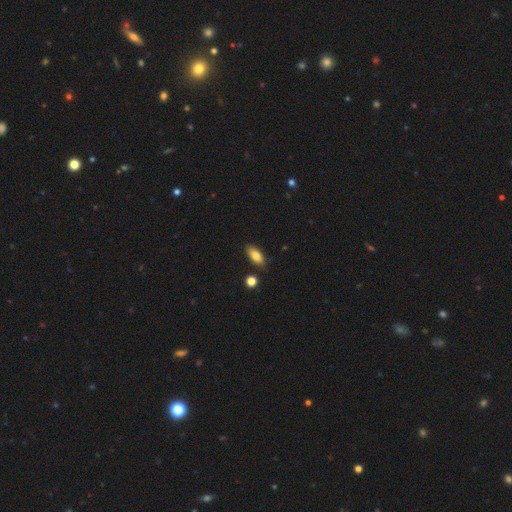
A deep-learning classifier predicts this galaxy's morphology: smooth_or_featured: smooth (p=0.81) [alt: featured or disk p=0.12]
how_rounded: in between (p=0.87) [alt: cigar-shaped p=0.10]
merging: none (p=0.83) [alt: minor disturbance p=0.11]